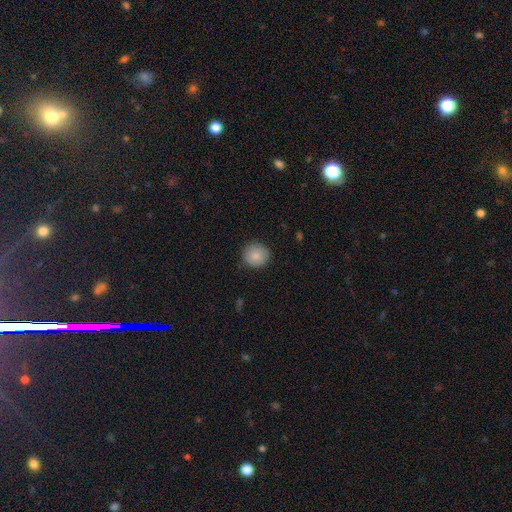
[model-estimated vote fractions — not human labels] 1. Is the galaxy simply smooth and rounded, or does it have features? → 86% smooth, 8% star or artifact, 6% featured or disk.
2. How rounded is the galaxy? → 92% round, 7% in between, 1% cigar-shaped.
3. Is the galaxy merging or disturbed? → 87% none, 9% minor disturbance, 2% major disturbance, 1% merger.